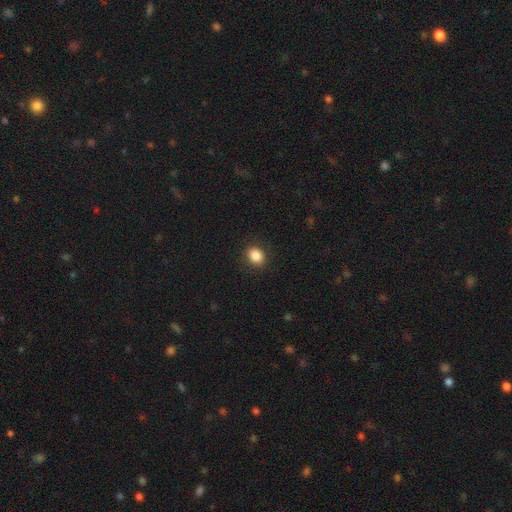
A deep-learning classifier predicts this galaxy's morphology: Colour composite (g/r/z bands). It shows a smooth galaxy with no disk features (86%) that is in between round and cigar-shaped (51%). Merging: none (89%).